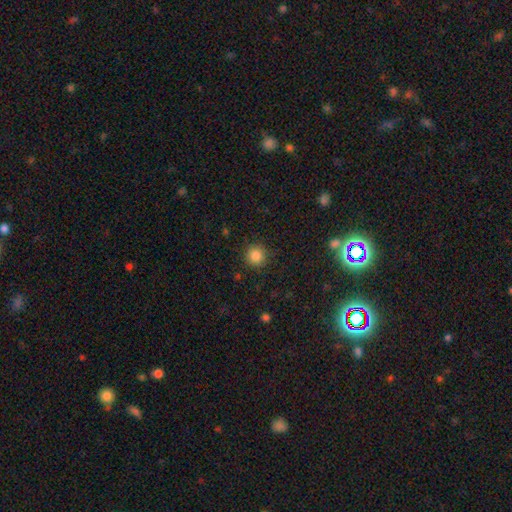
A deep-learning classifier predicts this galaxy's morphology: Smooth or featured? smooth (85%)
How rounded? round (94%)
Merging? none (89%)